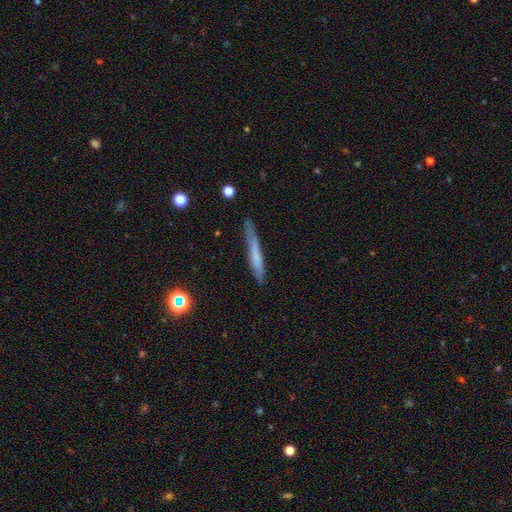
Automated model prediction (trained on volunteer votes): This appears to be a smooth galaxy with no disk features (56%) that is cigar-shaped (95%). Merging: none (73%).